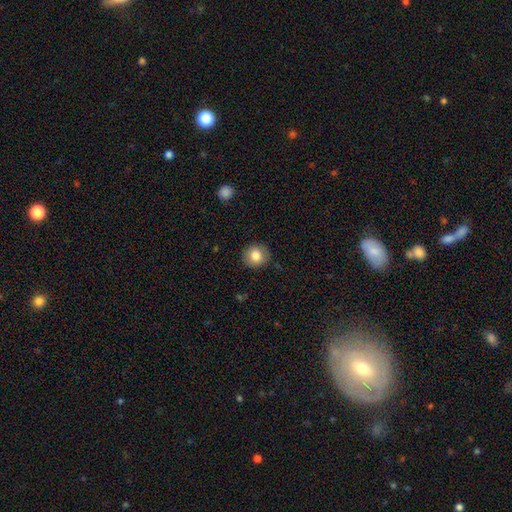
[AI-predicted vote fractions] smooth 83%, star or artifact 9%, featured or disk 8%. Down the decision tree: how rounded — round (90%); merging — none (89%).